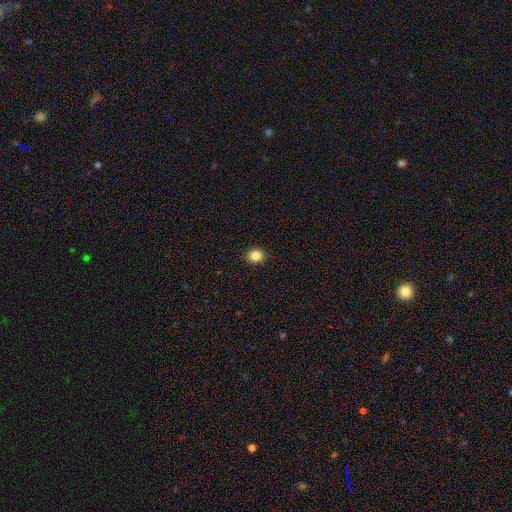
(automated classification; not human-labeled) This appears to be a smooth galaxy with no disk features (85%) that is round (74%). Merging: none (91%).